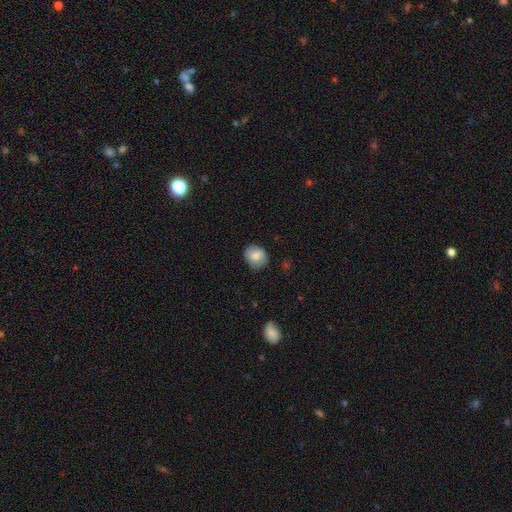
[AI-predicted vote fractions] A smooth galaxy with no disk features (80%) that is round (69%).

Vote fractions:
- Smooth or featured? smooth: 80% / featured or disk: 12% / star or artifact: 8%
- How rounded? round: 69% / in between: 30% / cigar-shaped: 1%
- Merging? none: 81% / minor disturbance: 15% / major disturbance: 3% / merger: 1%